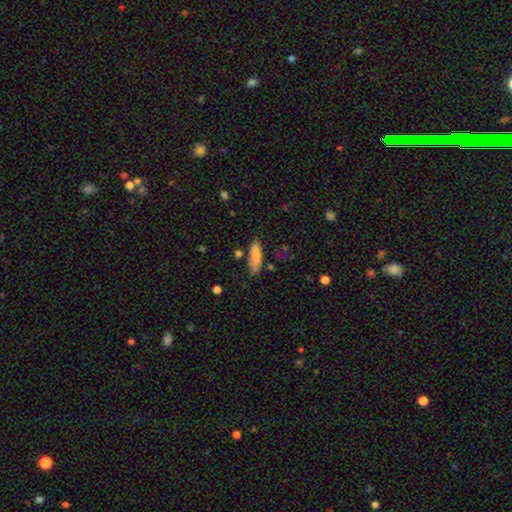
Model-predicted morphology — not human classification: Smooth or featured? Predicted: smooth (p=0.82). How rounded? Predicted: cigar-shaped (p=0.53). Merging? Predicted: none (p=0.73).